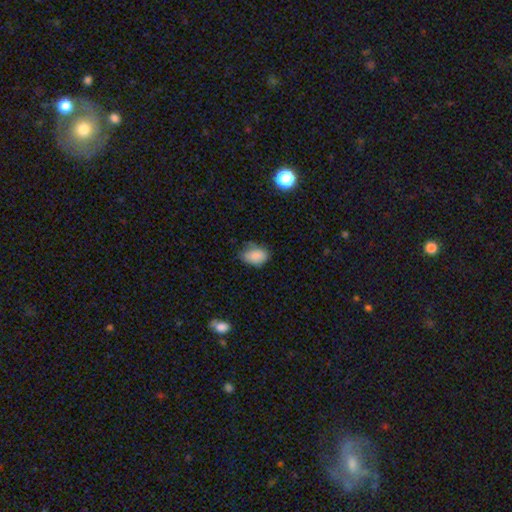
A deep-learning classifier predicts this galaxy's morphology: The model was most divided on "merging": none: 55%, minor disturbance: 35%, major disturbance: 9%, merger: 2%. More confident: smooth or featured — smooth (84%); how rounded — in between (80%).